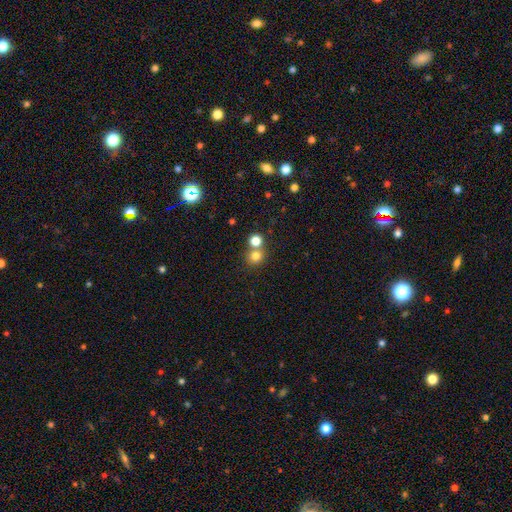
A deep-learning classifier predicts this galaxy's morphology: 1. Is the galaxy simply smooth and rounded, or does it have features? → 77% smooth, 15% star or artifact, 8% featured or disk.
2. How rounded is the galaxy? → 88% round, 11% in between, 1% cigar-shaped.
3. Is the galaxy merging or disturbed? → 58% none, 34% merger, 6% minor disturbance, 3% major disturbance.